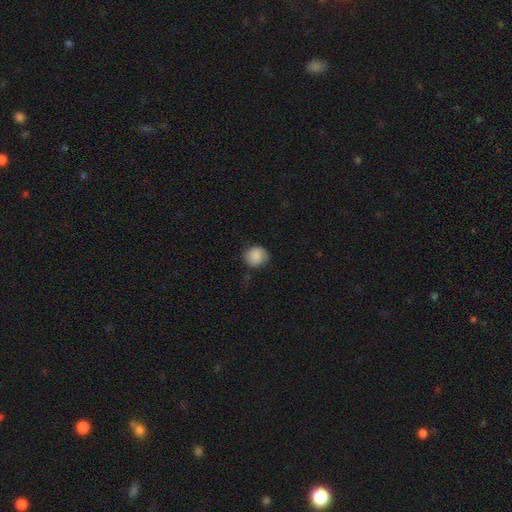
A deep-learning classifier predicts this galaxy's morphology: smooth 85%, star or artifact 8%, featured or disk 7%. Down the decision tree: how rounded — round (82%); merging — none (75%).